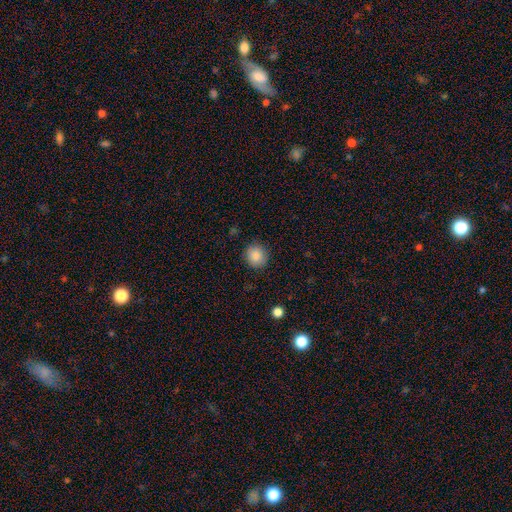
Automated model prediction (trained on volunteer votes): A smooth galaxy with no disk features (86%) that is round (88%).

Vote fractions:
- Smooth or featured? smooth: 86% / star or artifact: 9% / featured or disk: 5%
- How rounded? round: 88% / in between: 11% / cigar-shaped: 1%
- Merging? none: 89% / minor disturbance: 8% / major disturbance: 2% / merger: 1%